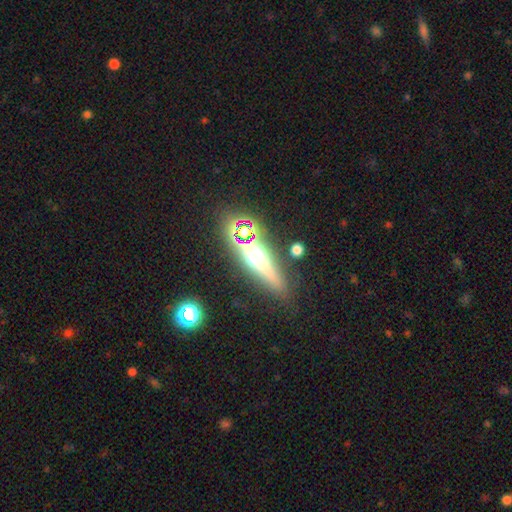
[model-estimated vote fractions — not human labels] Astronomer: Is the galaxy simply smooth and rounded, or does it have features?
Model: featured or disk — 56%.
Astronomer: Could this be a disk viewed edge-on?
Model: yes — 89%.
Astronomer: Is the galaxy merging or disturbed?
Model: none — 78%.